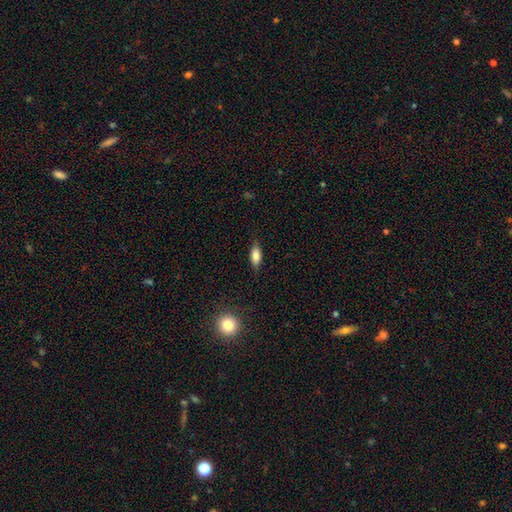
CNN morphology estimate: Smooth or featured? Predicted: smooth (p=0.78). How rounded? Predicted: in between (p=0.78). Merging? Predicted: none (p=0.83).